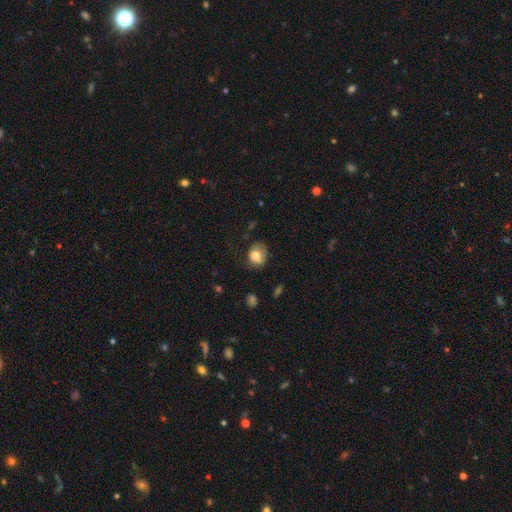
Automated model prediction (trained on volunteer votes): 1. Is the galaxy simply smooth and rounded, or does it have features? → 74% smooth, 17% featured or disk, 10% star or artifact.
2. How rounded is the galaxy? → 54% round, 45% in between, 1% cigar-shaped.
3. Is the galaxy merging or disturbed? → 47% none, 31% minor disturbance, 16% major disturbance, 5% merger.